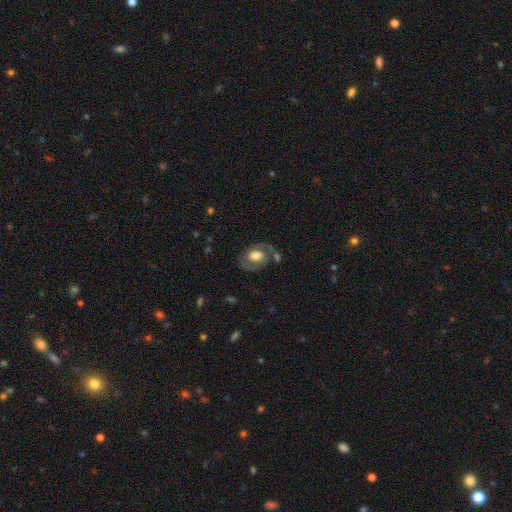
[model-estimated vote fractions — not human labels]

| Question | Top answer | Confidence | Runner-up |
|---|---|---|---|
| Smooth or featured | featured or disk | 60% | smooth (34%) |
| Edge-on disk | no | 95% | yes (5%) |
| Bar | no | 56% | weak (32%) |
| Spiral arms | yes | 61% | no (39%) |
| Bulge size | moderate | 50% | large (38%) |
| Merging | none | 61% | minor disturbance (19%) |